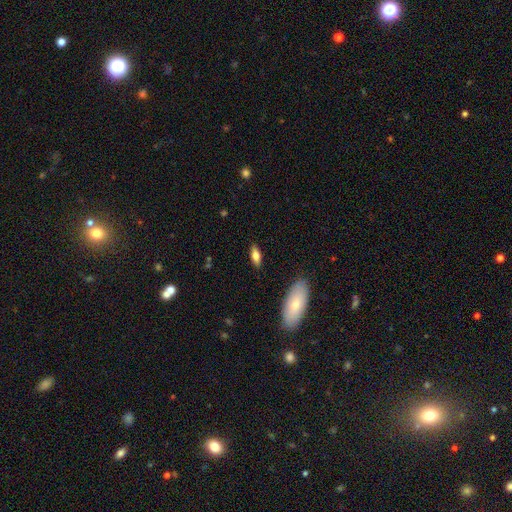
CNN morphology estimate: type=smooth (72%); roundness=in between (68%); merging=none (85%).